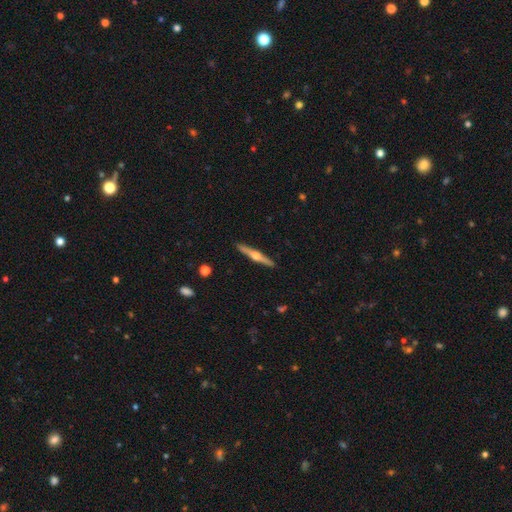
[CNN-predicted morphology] Overall: featured or disk (74%). Edge-on disk: yes (98%). Edge-on bulge: rounded (94%). Merging: none (92%).